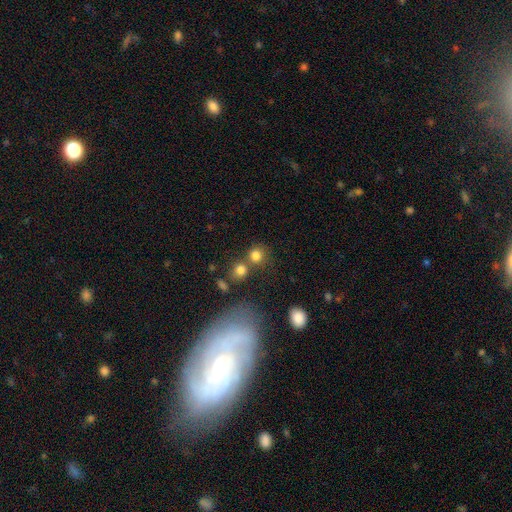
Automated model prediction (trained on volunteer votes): smooth_or_featured: smooth (p=0.79) [alt: star or artifact p=0.13]
how_rounded: round (p=0.86) [alt: in between p=0.13]
merging: none (p=0.58) [alt: merger p=0.28]